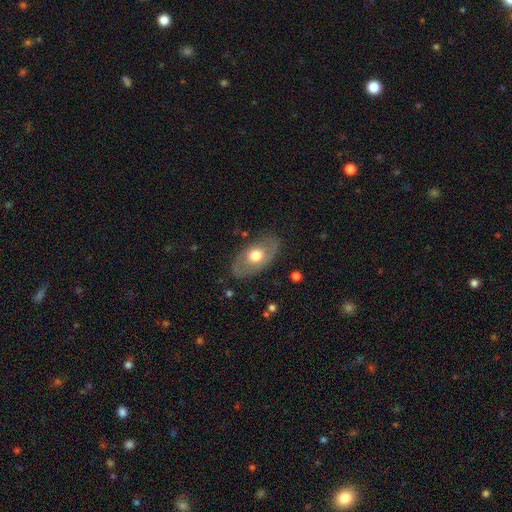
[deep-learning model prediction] Smooth or featured? smooth (51%)
How rounded? in between (89%)
Merging? none (77%)